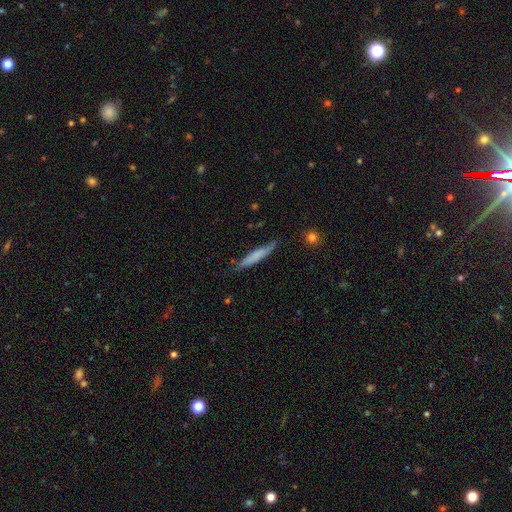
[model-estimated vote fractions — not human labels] A smooth galaxy with no disk features (67%) that is cigar-shaped (93%).

Vote fractions:
- Smooth or featured? smooth: 67% / featured or disk: 27% / star or artifact: 6%
- How rounded? cigar-shaped: 93% / in between: 6% / round: 1%
- Merging? none: 78% / minor disturbance: 17% / major disturbance: 3% / merger: 2%